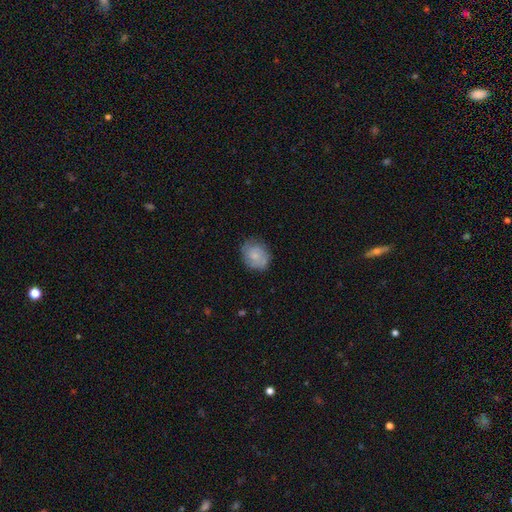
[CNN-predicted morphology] type=smooth (54%); roundness=round (61%); merging=none (74%).